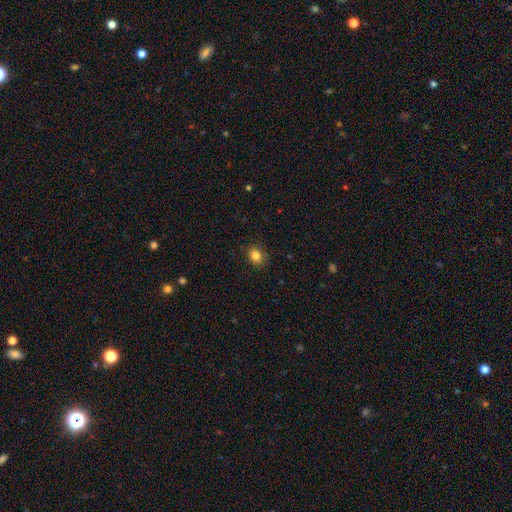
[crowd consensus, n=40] Smooth or featured?
  - smooth: 82% *
  - star or artifact: 12%
  - featured or disk: 5%
How rounded?
  - round: 79% *
  - in between: 21%
  - cigar-shaped: 0%
Merging?
  - none: 100% *
  - minor disturbance: 0%
  - major disturbance: 0%
  - merger: 0%